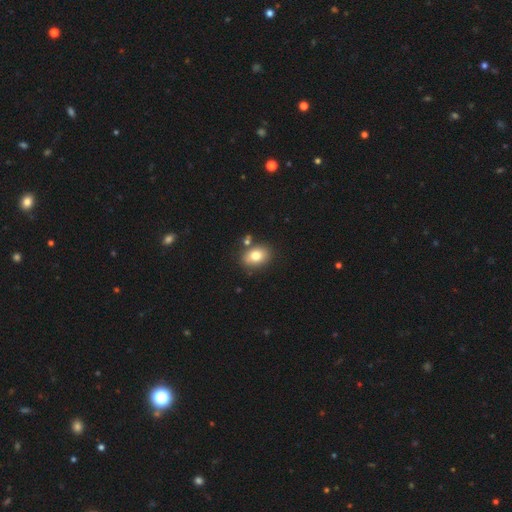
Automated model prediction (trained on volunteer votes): Smooth or featured? smooth (79%)
How rounded? in between (67%)
Merging? none (77%)